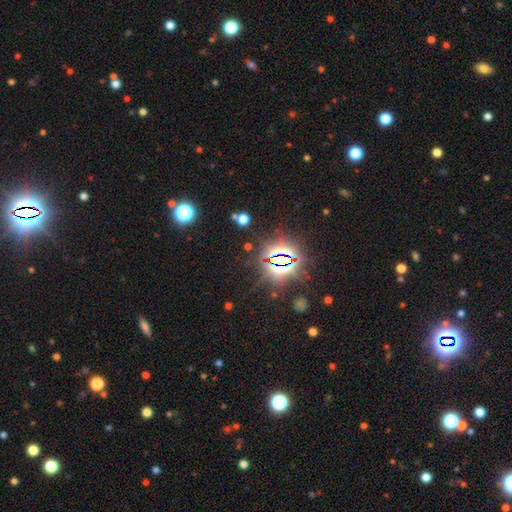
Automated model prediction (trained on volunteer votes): Smooth or featured?
  - star or artifact: 83% *
  - smooth: 10%
  - featured or disk: 7%